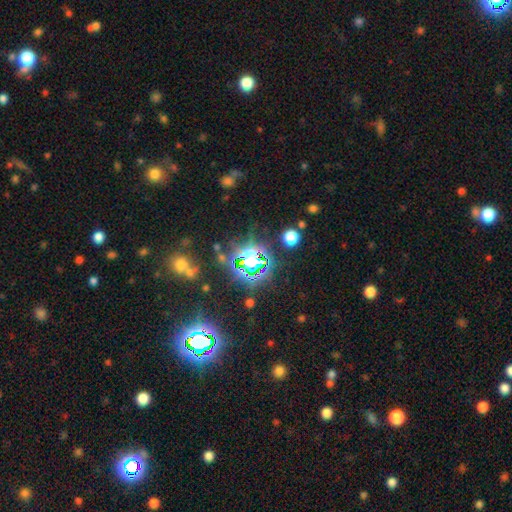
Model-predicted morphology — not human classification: Smooth or featured? Predicted: star or artifact (p=0.71).